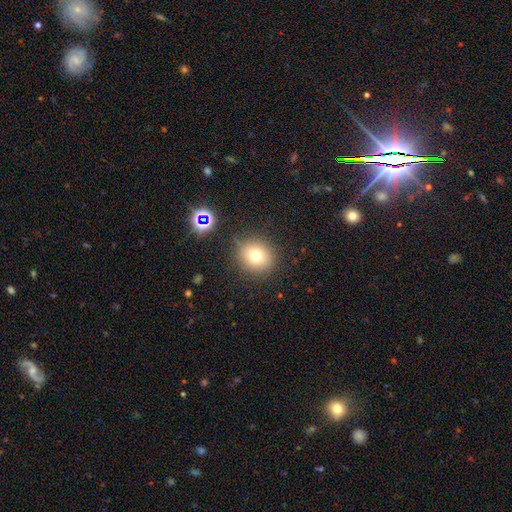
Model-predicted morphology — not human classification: Q: Smooth or featured?
A: smooth (72%); runner-up: star or artifact (16%)
Q: How rounded?
A: round (87%); runner-up: in between (12%)
Q: Merging?
A: none (84%); runner-up: minor disturbance (10%)